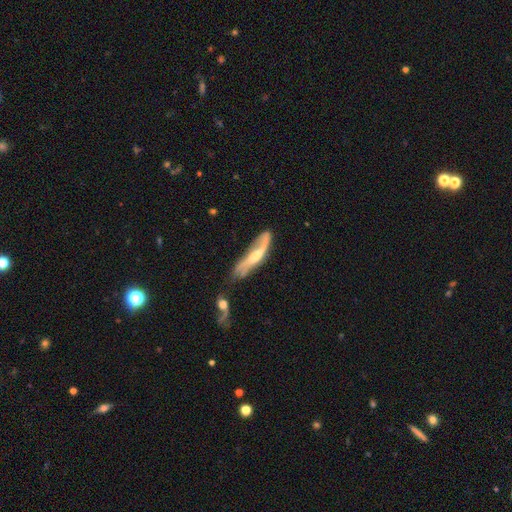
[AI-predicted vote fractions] The model was most divided on "merging": none: 40%, minor disturbance: 24%, major disturbance: 19%, merger: 17%. More confident: smooth or featured — featured or disk (68%); edge-on disk — no (63%).